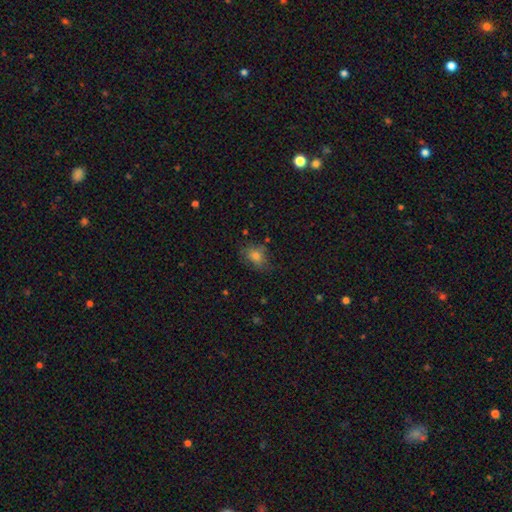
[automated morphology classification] Smooth or featured: smooth — 72% (star or artifact — 15%)
How rounded: in between — 62% (round — 36%)
Merging: none — 66% (minor disturbance — 23%)